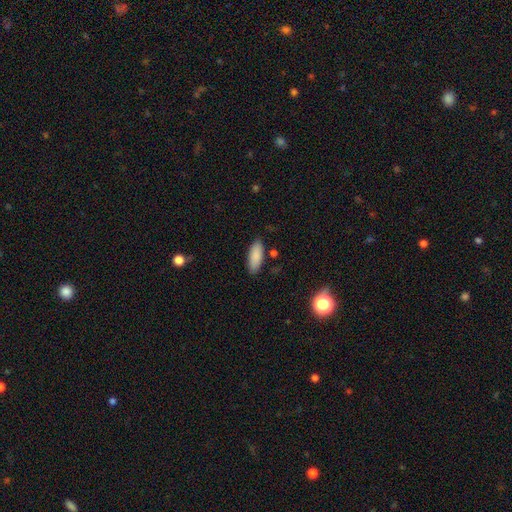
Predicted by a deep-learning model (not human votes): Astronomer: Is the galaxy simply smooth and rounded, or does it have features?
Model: smooth — 88%.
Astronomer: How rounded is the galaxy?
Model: in between — 75%.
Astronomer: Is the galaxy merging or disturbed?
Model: none — 85%.